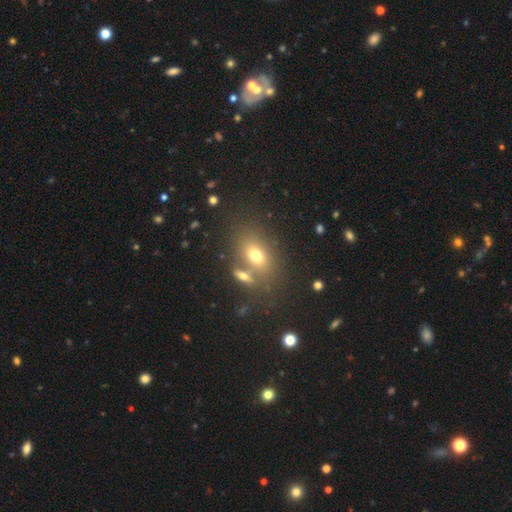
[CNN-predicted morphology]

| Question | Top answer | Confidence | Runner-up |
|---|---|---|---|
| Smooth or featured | smooth | 69% | featured or disk (17%) |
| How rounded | in between | 71% | round (26%) |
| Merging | none | 61% | merger (22%) |